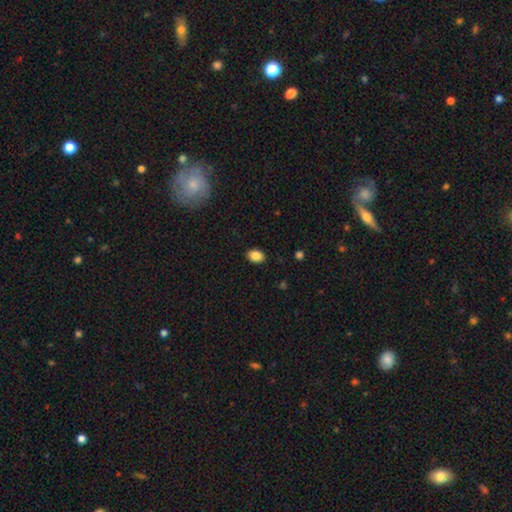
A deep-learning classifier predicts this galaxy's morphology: Smooth or featured?
  - smooth: 86% *
  - star or artifact: 9%
  - featured or disk: 5%
How rounded?
  - in between: 76% *
  - round: 23%
  - cigar-shaped: 1%
Merging?
  - none: 89% *
  - minor disturbance: 8%
  - major disturbance: 2%
  - merger: 1%